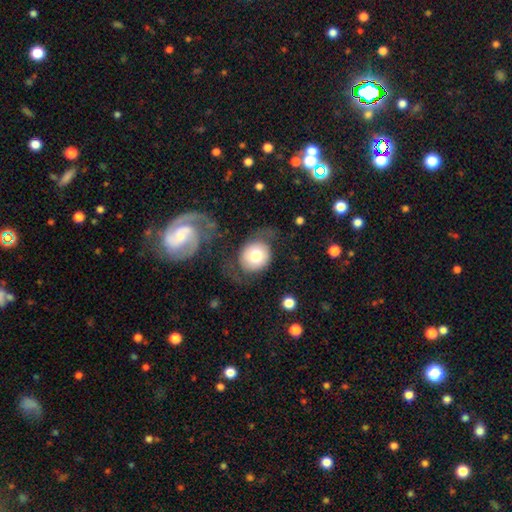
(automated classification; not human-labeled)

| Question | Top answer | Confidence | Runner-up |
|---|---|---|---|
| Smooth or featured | smooth | 63% | featured or disk (30%) |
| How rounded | round | 70% | in between (29%) |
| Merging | none | 59% | minor disturbance (18%) |